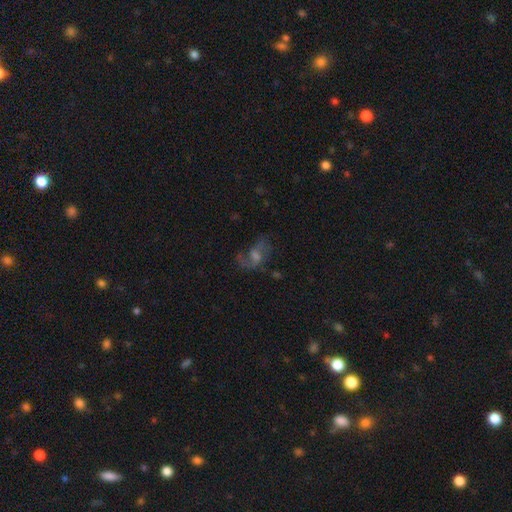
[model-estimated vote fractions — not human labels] smooth_or_featured: featured or disk (p=0.66) [alt: smooth p=0.20]
disk_edge_on: no (p=0.96) [alt: yes p=0.04]
bar: no (p=0.51) [alt: weak p=0.41]
has_spiral_arms: yes (p=0.84) [alt: no p=0.16]
spiral_winding: loose (p=0.54) [alt: medium p=0.36]
spiral_arm_count: 2 (p=0.68) [alt: 1 p=0.18]
bulge_size: moderate (p=0.44) [alt: small p=0.35]
merging: none (p=0.53) [alt: major disturbance p=0.24]